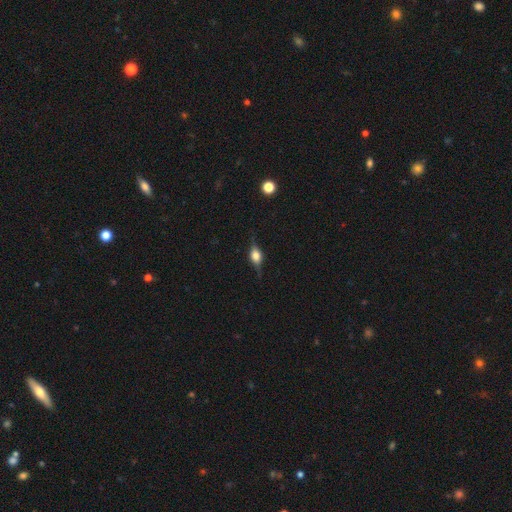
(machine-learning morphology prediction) Overall: featured or disk (63%; smooth 28%). Edge-on disk: yes (95%). Edge-on bulge: rounded (91%). Merging: none (80%).